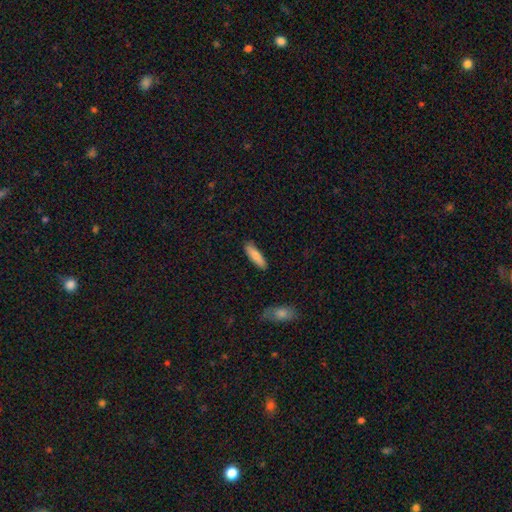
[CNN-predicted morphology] smooth_or_featured: smooth (p=0.82) [alt: featured or disk p=0.12]
how_rounded: cigar-shaped (p=0.61) [alt: in between p=0.38]
merging: none (p=0.88) [alt: minor disturbance p=0.09]